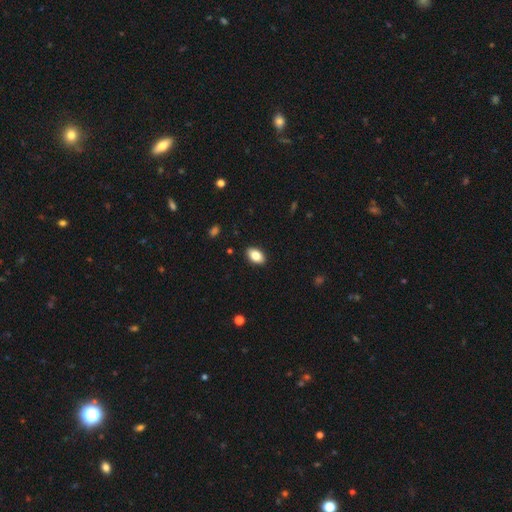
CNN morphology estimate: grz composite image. It shows a smooth galaxy with no disk features (83%) that is in between round and cigar-shaped (92%). Merging: none (89%).